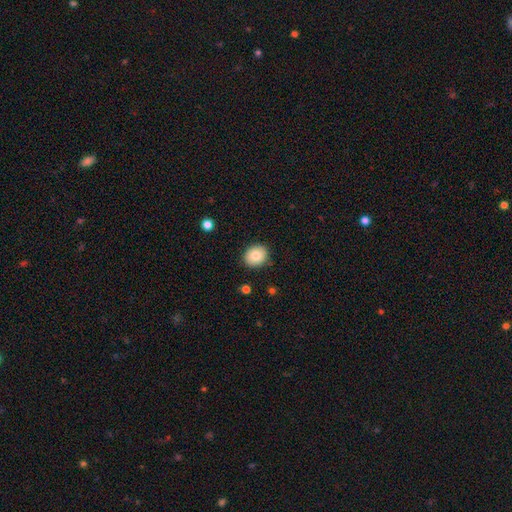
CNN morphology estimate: Smooth or featured?
  - smooth: 84% *
  - star or artifact: 8%
  - featured or disk: 8%
How rounded?
  - round: 64% *
  - in between: 35%
  - cigar-shaped: 1%
Merging?
  - none: 87% *
  - minor disturbance: 9%
  - major disturbance: 2%
  - merger: 1%